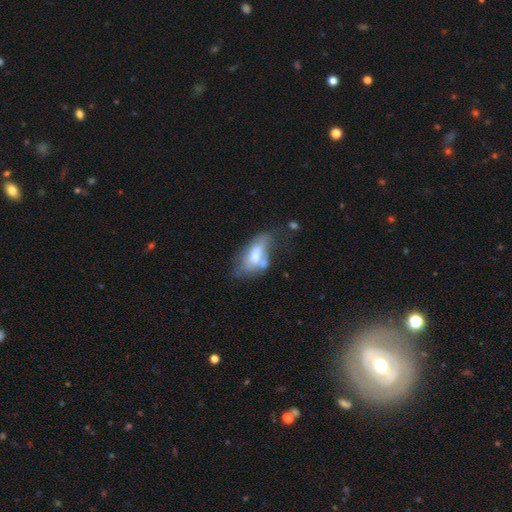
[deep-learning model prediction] A smooth galaxy with no disk features (51%) that is in between round and cigar-shaped (86%). Merging: major disturbance (30%).